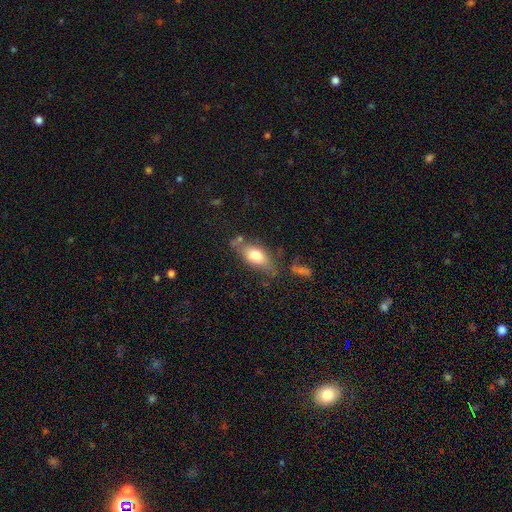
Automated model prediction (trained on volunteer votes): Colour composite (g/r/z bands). It shows a smooth galaxy with no disk features (72%) that is in between round and cigar-shaped (83%). Merging: none (59%).